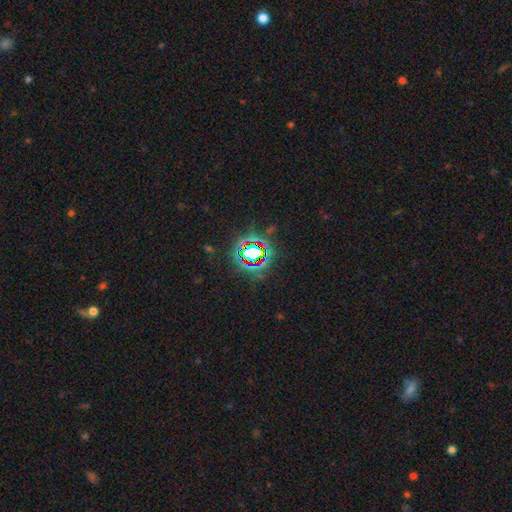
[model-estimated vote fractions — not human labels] This is clearly a star or artifact rather than a galaxy (80%).